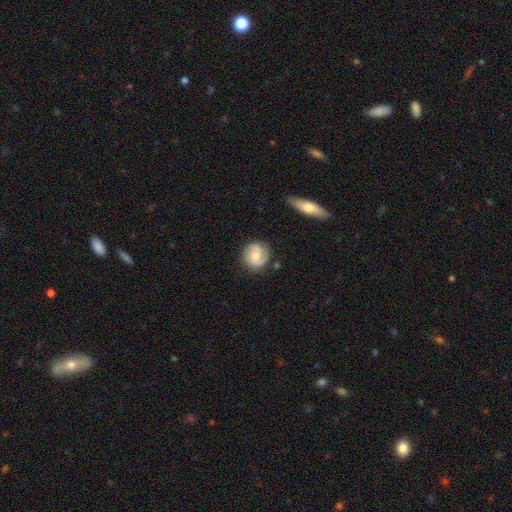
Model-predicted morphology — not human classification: This appears to be a featured or disk galaxy (51%). Merging: none (79%).